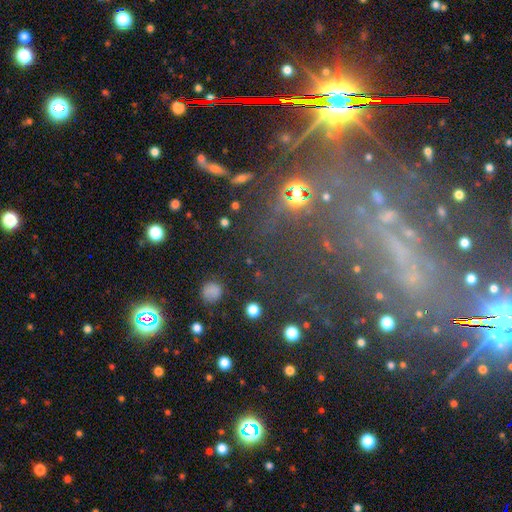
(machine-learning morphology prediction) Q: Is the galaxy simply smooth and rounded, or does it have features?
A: star or artifact — 59%.